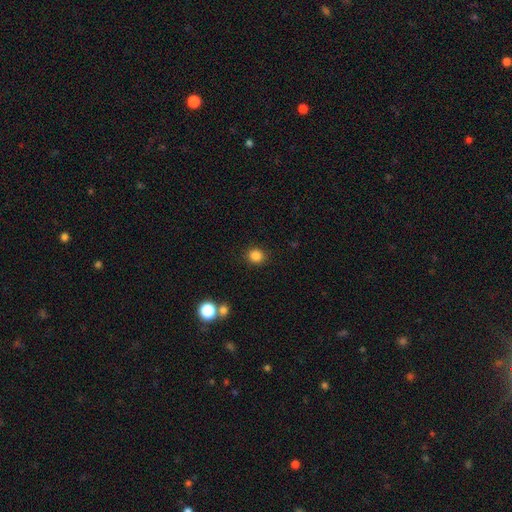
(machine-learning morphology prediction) smooth-or-featured: smooth: 85% | star or artifact: 12% | featured or disk: 4%
  how-rounded: round: 84% | in between: 15% | cigar-shaped: 1%
  merging: none: 90% | minor disturbance: 6% | major disturbance: 2% | merger: 2%